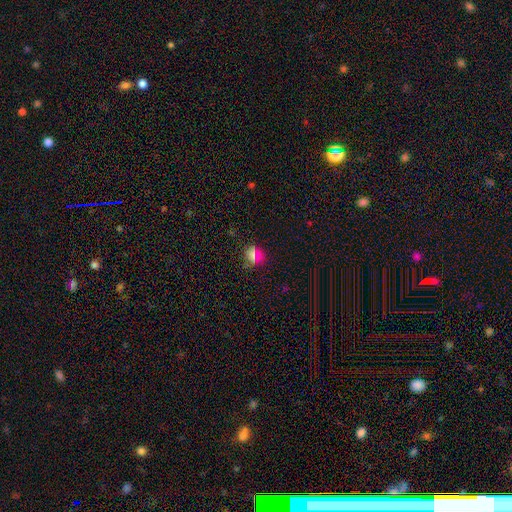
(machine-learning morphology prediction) This appears to be a smooth galaxy with no disk features (64%) that is round (71%). Merging: none (81%).